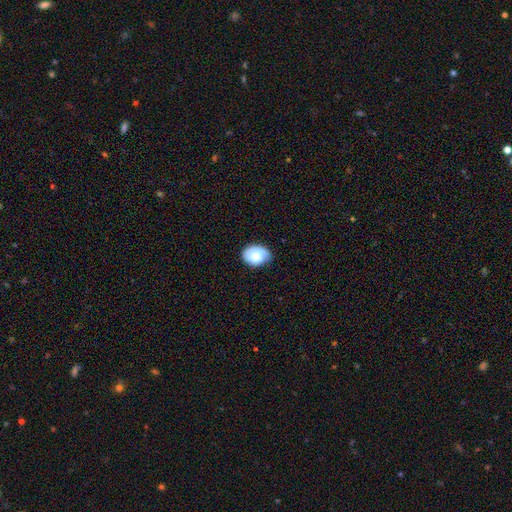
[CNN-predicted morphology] Smooth or featured: smooth — 64% (featured or disk — 30%)
How rounded: in between — 68% (round — 31%)
Merging: none — 60% (minor disturbance — 31%)